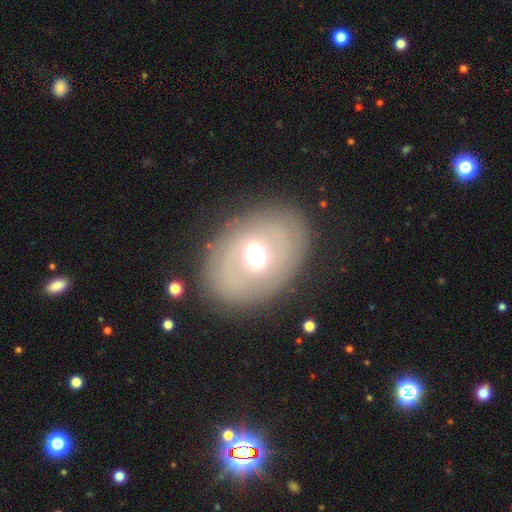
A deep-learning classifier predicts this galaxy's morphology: The model was most divided on "smooth or featured": smooth: 47%, featured or disk: 42%, star or artifact: 11%. More confident: merging — none (80%).